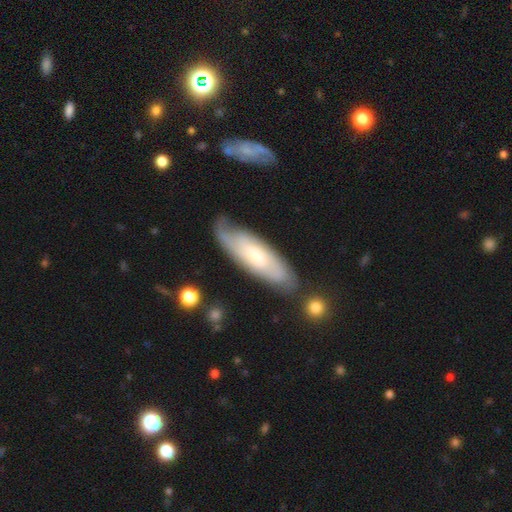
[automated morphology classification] Smooth or featured? featured or disk (58%)
Edge-on disk? no (77%)
Merging? none (70%)